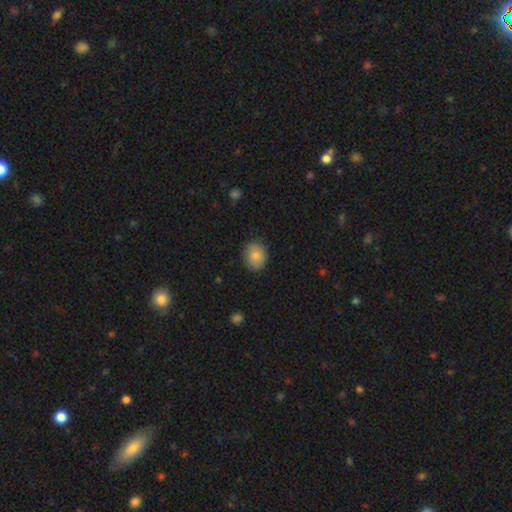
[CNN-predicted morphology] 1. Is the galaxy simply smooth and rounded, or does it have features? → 85% smooth, 8% star or artifact, 8% featured or disk.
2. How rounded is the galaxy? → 52% round, 47% in between, 1% cigar-shaped.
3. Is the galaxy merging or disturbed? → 86% none, 11% minor disturbance, 2% major disturbance, 1% merger.